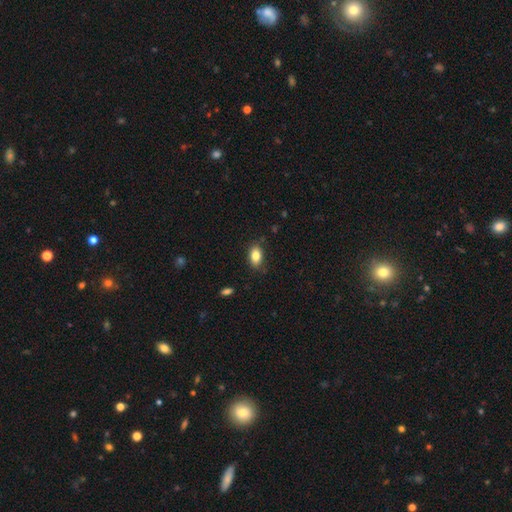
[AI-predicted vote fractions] smooth_or_featured: smooth (p=0.83) [alt: featured or disk p=0.09]
how_rounded: in between (p=0.87) [alt: round p=0.11]
merging: none (p=0.81) [alt: minor disturbance p=0.15]